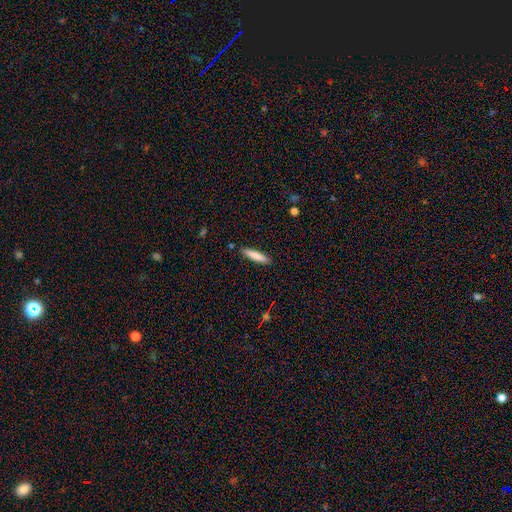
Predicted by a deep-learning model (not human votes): Smooth or featured?
  - smooth: 82% *
  - featured or disk: 12%
  - star or artifact: 6%
How rounded?
  - cigar-shaped: 86% *
  - in between: 13%
  - round: 1%
Merging?
  - none: 88% *
  - minor disturbance: 8%
  - major disturbance: 2%
  - merger: 2%